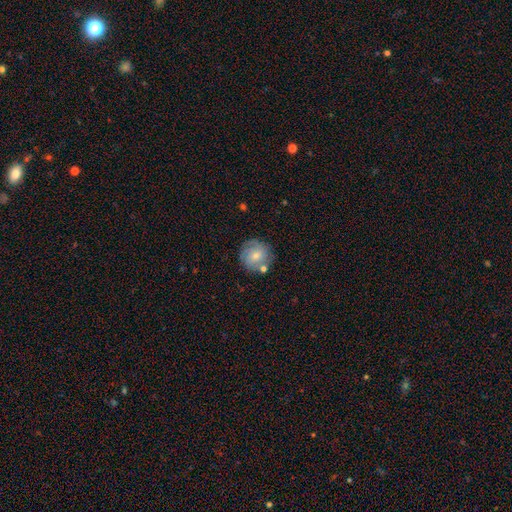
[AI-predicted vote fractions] The model was most divided on "smooth or featured": smooth: 56%, featured or disk: 36%, star or artifact: 8%. More confident: how rounded — round (91%); merging — none (73%).